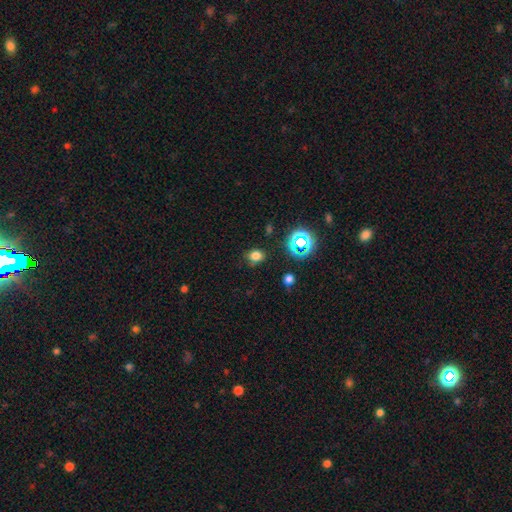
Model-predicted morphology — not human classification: The model was most divided on "how rounded": round: 59%, in between: 40%, cigar-shaped: 1%. More confident: merging — none (79%); smooth or featured — smooth (73%).